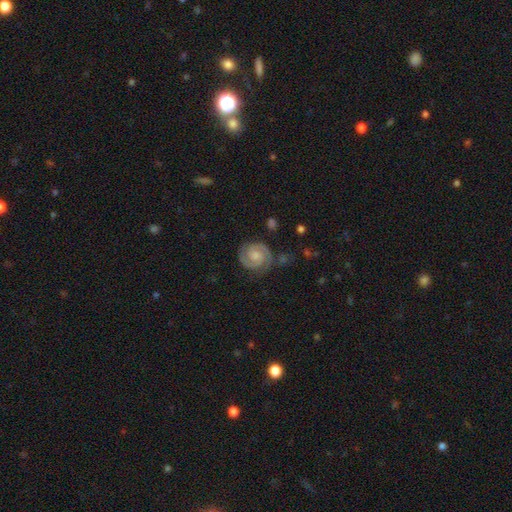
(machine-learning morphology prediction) Smooth or featured: featured or disk — 84% (smooth — 10%)
Edge-on disk: no — 98% (yes — 2%)
Bar: no — 58% (weak — 34%)
Spiral arms: yes — 98% (no — 2%)
Spiral winding: tight — 62% (medium — 33%)
Spiral arm count: 2 — 90% (can't tell — 3%)
Bulge size: moderate — 41% (small — 30%)
Merging: none — 77% (minor disturbance — 14%)